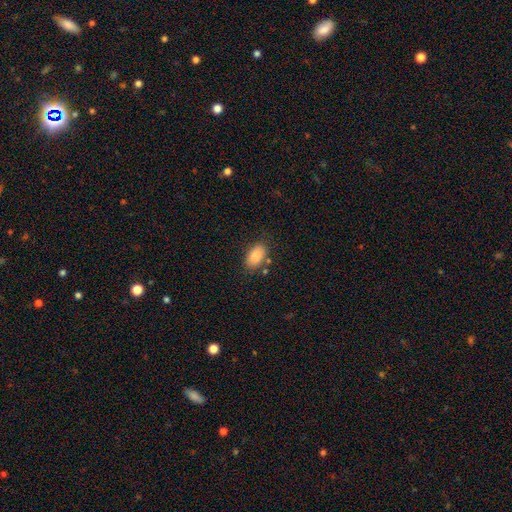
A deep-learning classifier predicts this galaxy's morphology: Smooth or featured?
  - smooth: 87% *
  - star or artifact: 7%
  - featured or disk: 6%
How rounded?
  - in between: 93% *
  - round: 5%
  - cigar-shaped: 2%
Merging?
  - none: 76% *
  - minor disturbance: 15%
  - merger: 5%
  - major disturbance: 4%